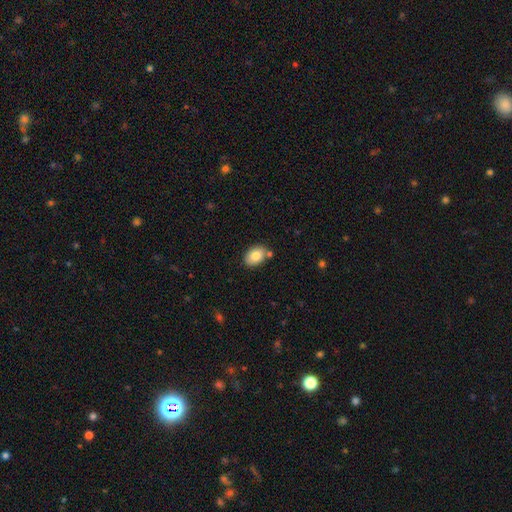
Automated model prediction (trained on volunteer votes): Smooth or featured? smooth (83%)
How rounded? in between (82%)
Merging? none (77%)